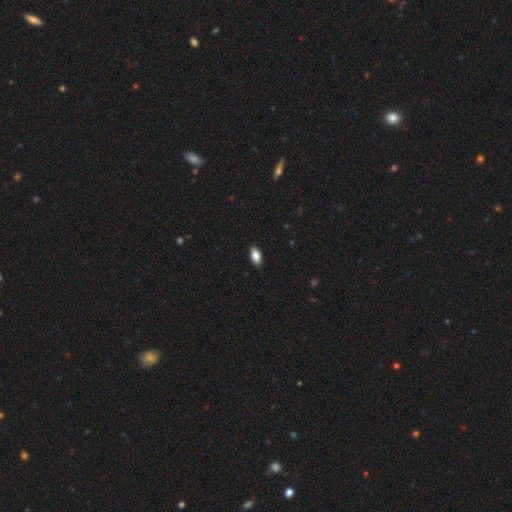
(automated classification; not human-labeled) Smooth or featured?
  - smooth: 84% *
  - featured or disk: 9%
  - star or artifact: 7%
How rounded?
  - in between: 90% *
  - cigar-shaped: 7%
  - round: 3%
Merging?
  - none: 89% *
  - minor disturbance: 8%
  - major disturbance: 2%
  - merger: 1%